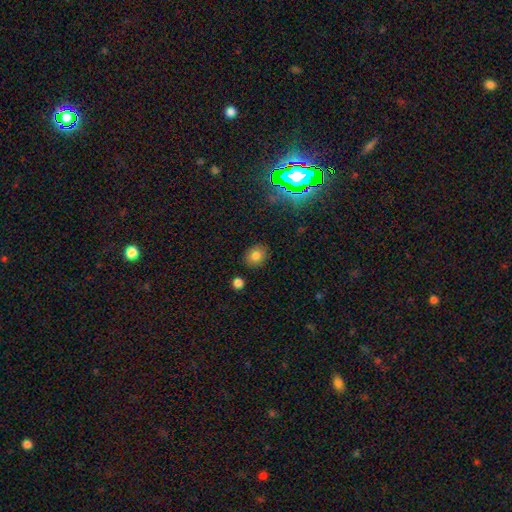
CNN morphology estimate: A smooth galaxy with no disk features (79%) that is round (67%). Merging: none (87%).